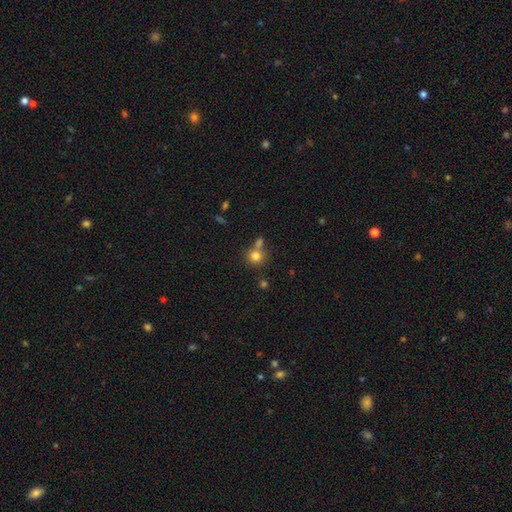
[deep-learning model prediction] Q: Smooth or featured?
A: smooth (79%); runner-up: star or artifact (12%)
Q: How rounded?
A: round (84%); runner-up: in between (15%)
Q: Merging?
A: none (56%); runner-up: merger (30%)